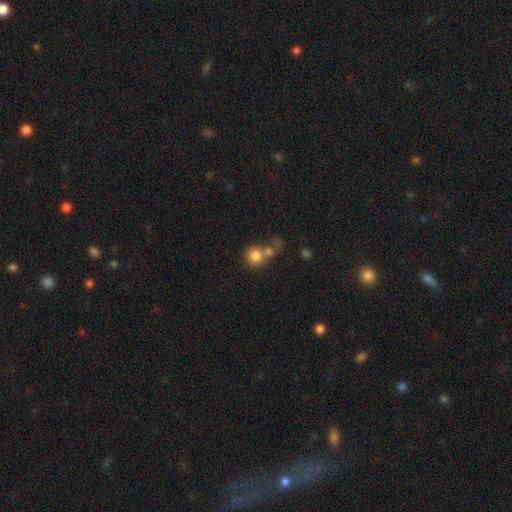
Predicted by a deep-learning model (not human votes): Smooth or featured: smooth — 79% (featured or disk — 11%)
How rounded: round — 86% (in between — 13%)
Merging: merger — 48% (none — 39%)